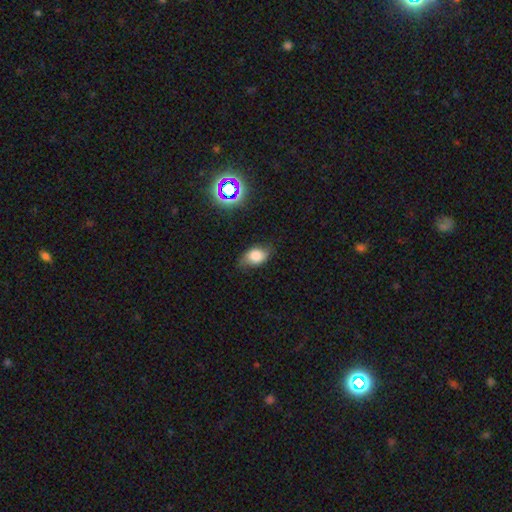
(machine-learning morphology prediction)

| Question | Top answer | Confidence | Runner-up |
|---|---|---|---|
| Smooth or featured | smooth | 72% | featured or disk (17%) |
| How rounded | in between | 80% | round (18%) |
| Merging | none | 63% | minor disturbance (28%) |